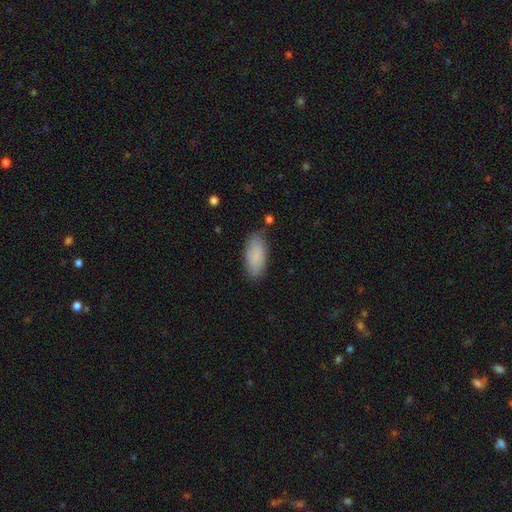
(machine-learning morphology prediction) This appears to be a smooth galaxy with no disk features (81%) that is in between round and cigar-shaped (86%). Merging: none (78%).